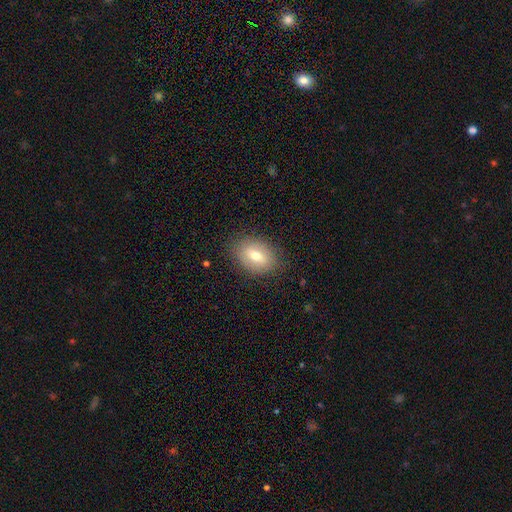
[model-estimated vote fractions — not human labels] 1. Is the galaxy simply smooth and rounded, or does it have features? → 68% smooth, 24% featured or disk, 8% star or artifact.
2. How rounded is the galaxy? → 80% in between, 18% round, 2% cigar-shaped.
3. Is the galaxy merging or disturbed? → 85% none, 11% minor disturbance, 3% major disturbance, 1% merger.